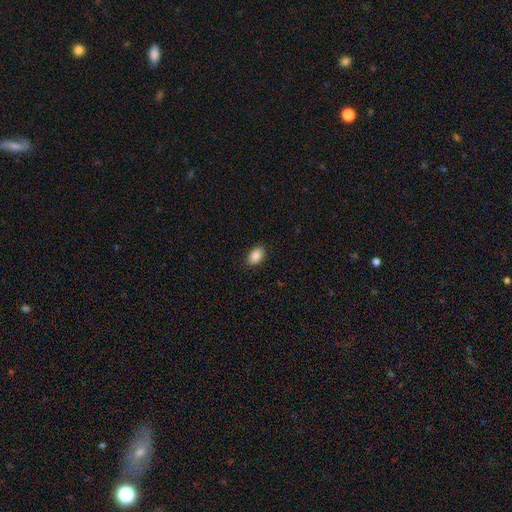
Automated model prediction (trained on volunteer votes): Smooth or featured? smooth (88%)
How rounded? in between (89%)
Merging? none (89%)